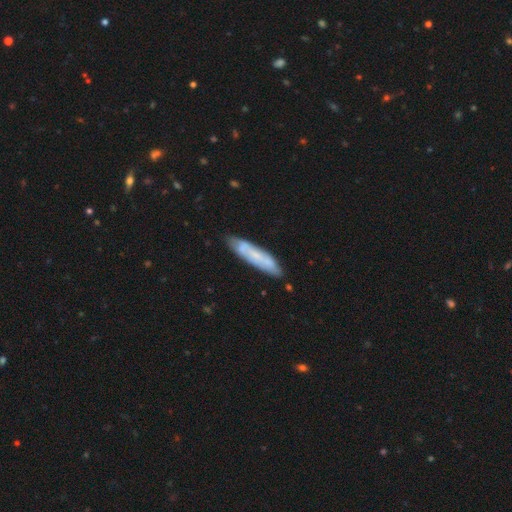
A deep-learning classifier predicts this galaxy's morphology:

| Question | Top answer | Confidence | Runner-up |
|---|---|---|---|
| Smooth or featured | smooth | 49% | featured or disk (44%) |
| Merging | none | 79% | minor disturbance (16%) |